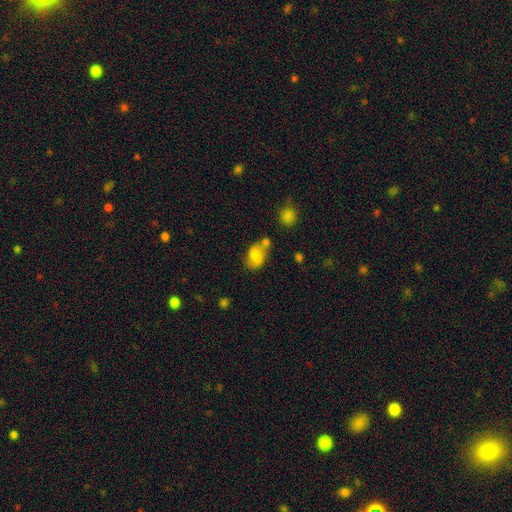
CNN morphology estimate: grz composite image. It shows a smooth galaxy with no disk features (64%) that is in between round and cigar-shaped (76%). Merging: none (46%).